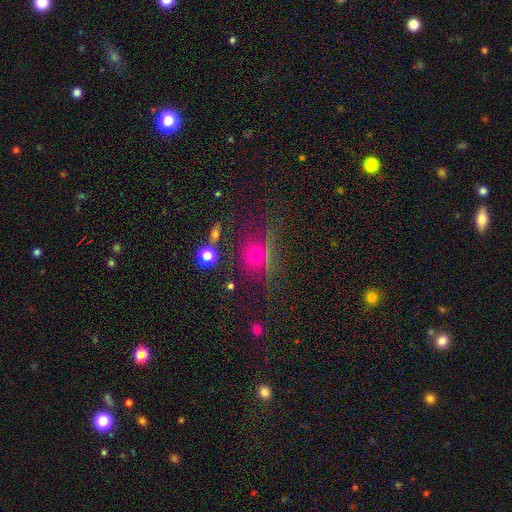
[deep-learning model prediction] Q: Smooth or featured?
A: smooth (59%); runner-up: star or artifact (28%)
Q: How rounded?
A: round (76%); runner-up: in between (21%)
Q: Merging?
A: none (74%); runner-up: minor disturbance (13%)